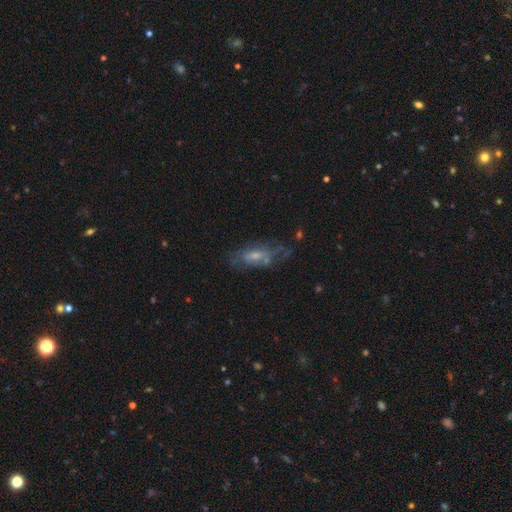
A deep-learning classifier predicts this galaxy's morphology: Smooth or featured? Predicted: featured or disk (p=0.54). Edge-on disk? Predicted: no (p=0.83). Merging? Predicted: none (p=0.51).